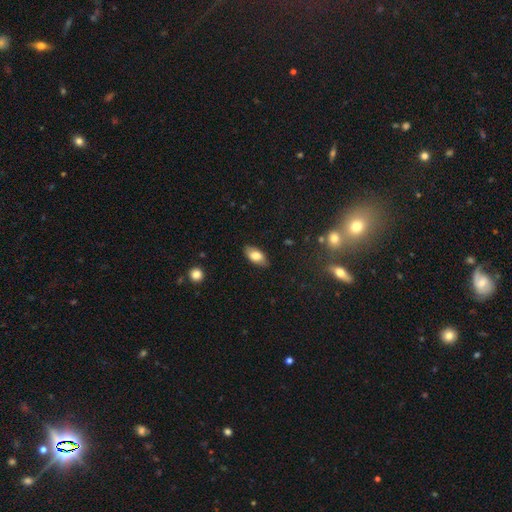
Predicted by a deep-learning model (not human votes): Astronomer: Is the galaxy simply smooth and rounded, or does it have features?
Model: smooth — 77%.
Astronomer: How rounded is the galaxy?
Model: in between — 89%.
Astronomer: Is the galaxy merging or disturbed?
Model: none — 83%.